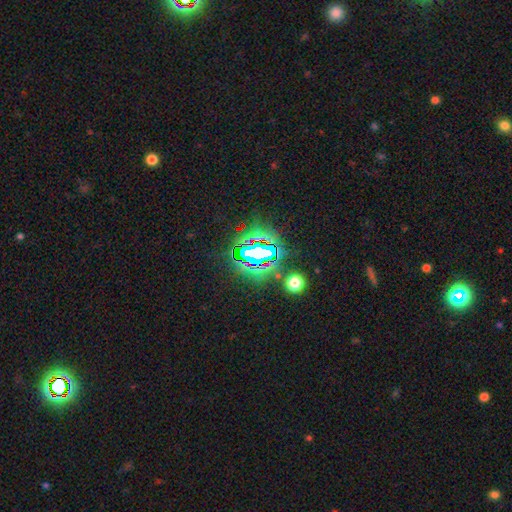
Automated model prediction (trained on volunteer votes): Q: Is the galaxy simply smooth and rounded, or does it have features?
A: star or artifact — 74%.